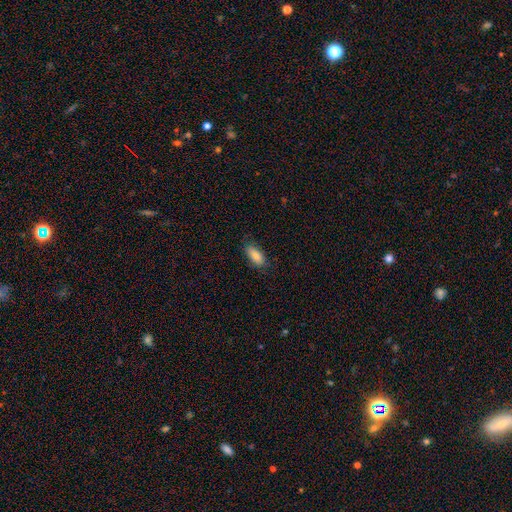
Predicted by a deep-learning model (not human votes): smooth_or_featured: smooth (p=0.86) [alt: featured or disk p=0.08]
how_rounded: in between (p=0.84) [alt: cigar-shaped p=0.14]
merging: none (p=0.81) [alt: minor disturbance p=0.15]